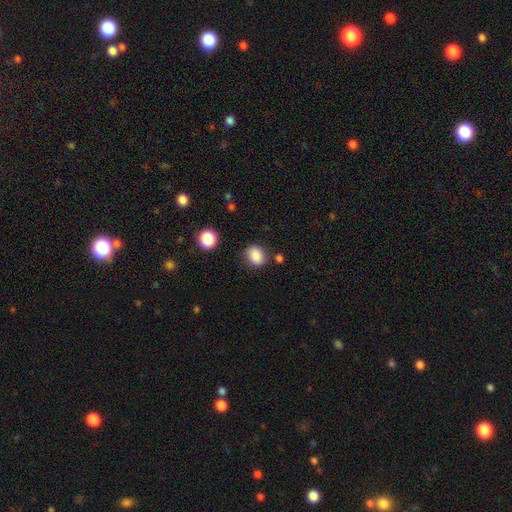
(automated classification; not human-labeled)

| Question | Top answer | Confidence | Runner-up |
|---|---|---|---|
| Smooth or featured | smooth | 86% | star or artifact (10%) |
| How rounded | round | 50% | in between (49%) |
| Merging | none | 78% | minor disturbance (13%) |